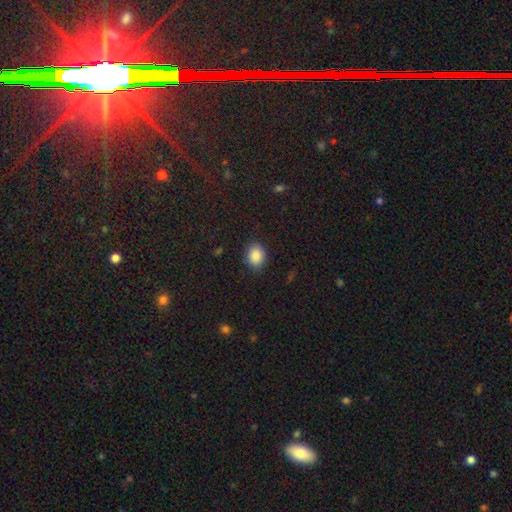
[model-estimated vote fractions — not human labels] Smooth or featured? Predicted: smooth (p=0.88). How rounded? Predicted: in between (p=0.57). Merging? Predicted: none (p=0.87).